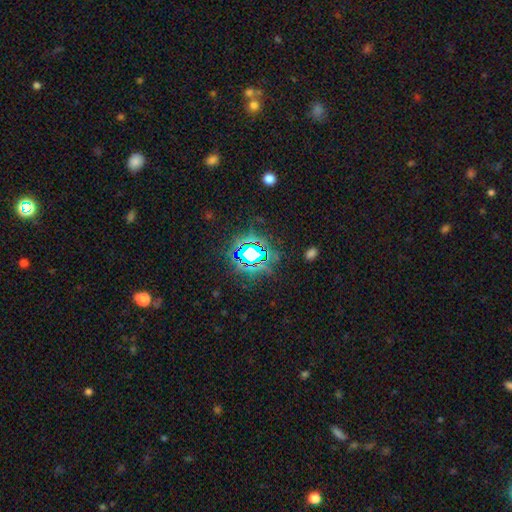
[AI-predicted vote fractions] The model was most divided on "smooth or featured": star or artifact: 73%, smooth: 16%, featured or disk: 11%.